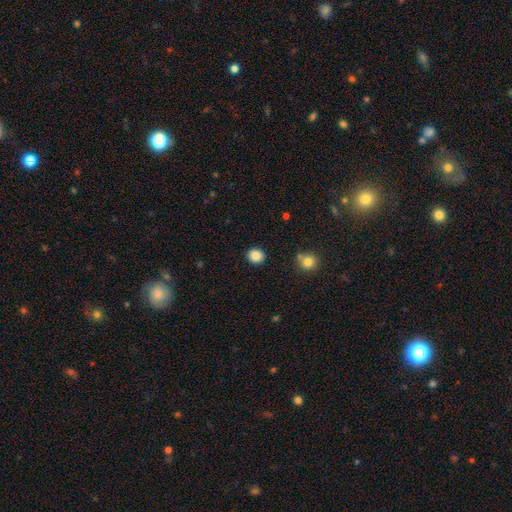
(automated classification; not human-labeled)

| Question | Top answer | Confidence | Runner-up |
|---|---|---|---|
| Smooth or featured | smooth | 87% | star or artifact (10%) |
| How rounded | round | 80% | in between (19%) |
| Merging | none | 89% | minor disturbance (7%) |